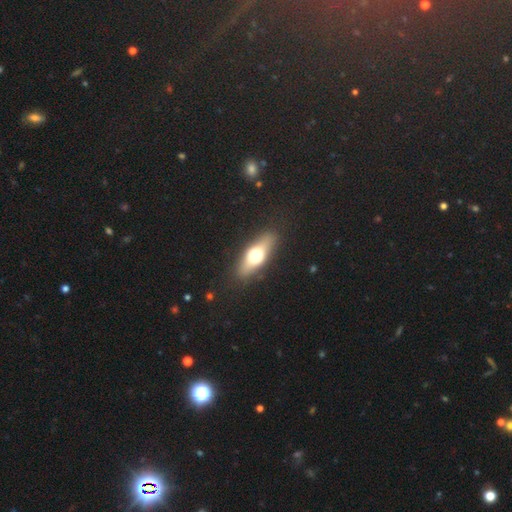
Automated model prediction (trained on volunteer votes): smooth-or-featured: smooth: 53% | featured or disk: 39% | star or artifact: 7%
  how-rounded: in between: 56% | cigar-shaped: 39% | round: 5%
  merging: none: 87% | minor disturbance: 9% | major disturbance: 3% | merger: 1%